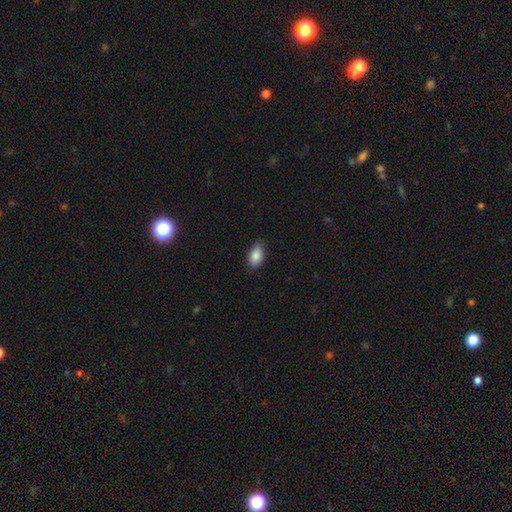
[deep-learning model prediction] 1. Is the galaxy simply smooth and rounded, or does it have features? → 87% smooth, 7% star or artifact, 5% featured or disk.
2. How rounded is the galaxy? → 91% in between, 6% round, 3% cigar-shaped.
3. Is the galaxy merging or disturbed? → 84% none, 13% minor disturbance, 2% major disturbance, 1% merger.